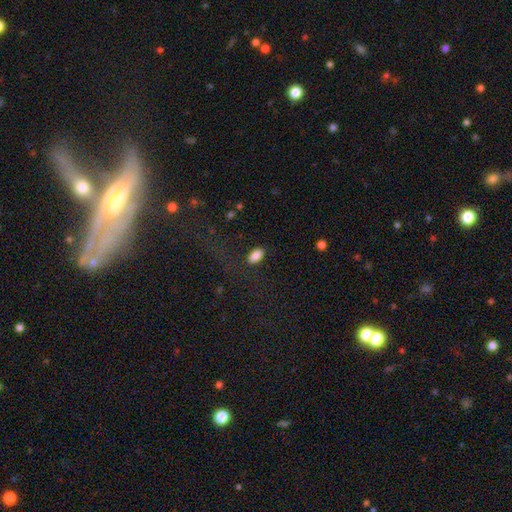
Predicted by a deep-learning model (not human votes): Morphology: type=smooth (87%); roundness=in between (92%); merging=none (82%).